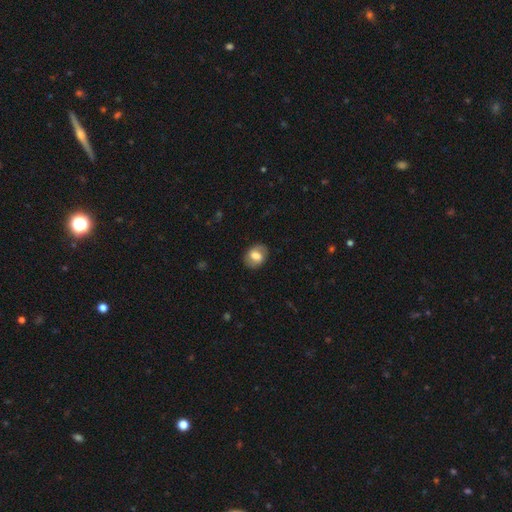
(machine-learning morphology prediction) Smooth or featured? smooth (57%)
How rounded? in between (57%)
Merging? none (81%)